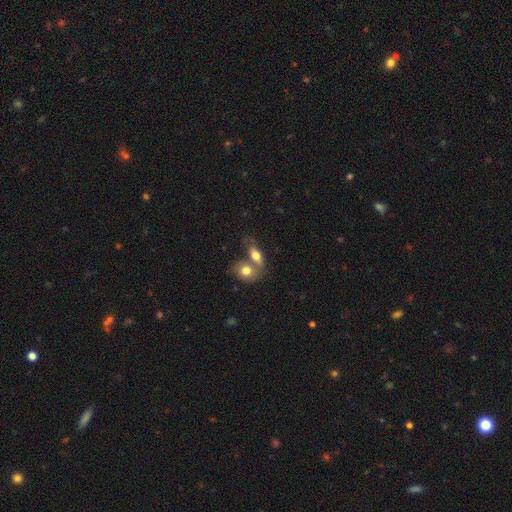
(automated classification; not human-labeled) smooth 72%, featured or disk 20%, star or artifact 7%. Down the decision tree: how rounded — in between (76%); merging — merger (62%).